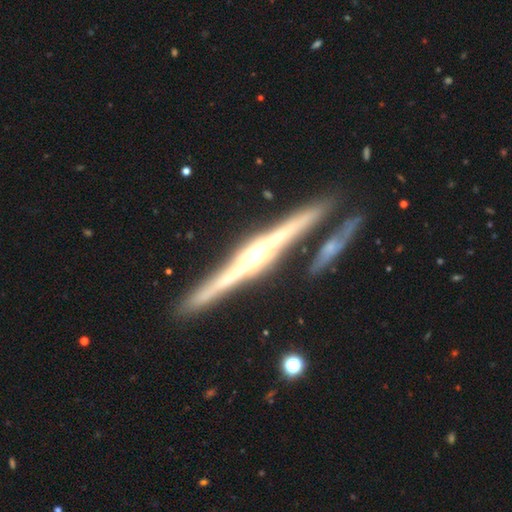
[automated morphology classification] Overall: featured or disk (85%). Edge-on disk: yes (97%). Edge-on bulge: rounded (77%). Merging: none (85%).